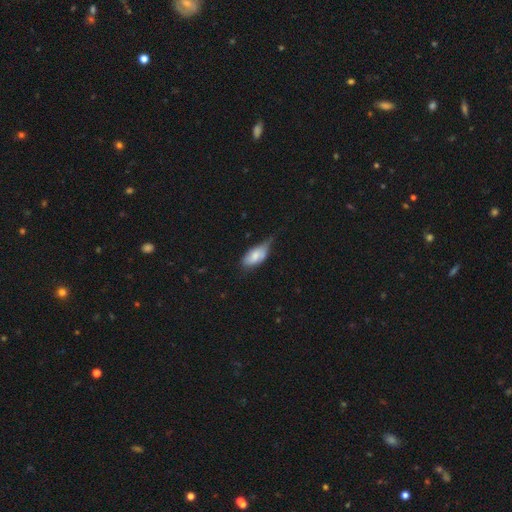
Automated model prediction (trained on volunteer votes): smooth 73%, featured or disk 20%, star or artifact 7%. Down the decision tree: how rounded — in between (89%); merging — minor disturbance (51%).